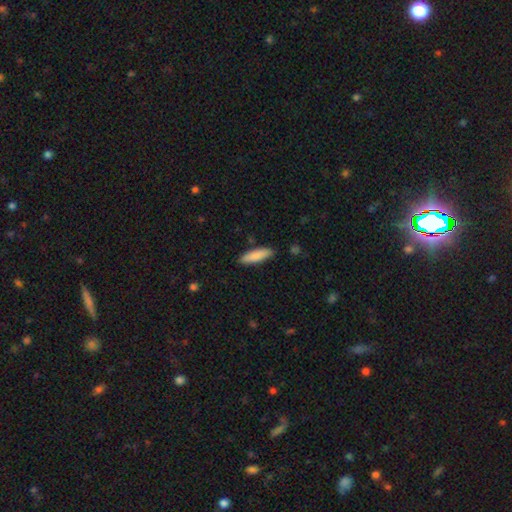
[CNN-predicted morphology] smooth_or_featured: smooth (p=0.86) [alt: featured or disk p=0.08]
how_rounded: cigar-shaped (p=0.59) [alt: in between p=0.40]
merging: none (p=0.87) [alt: minor disturbance p=0.10]